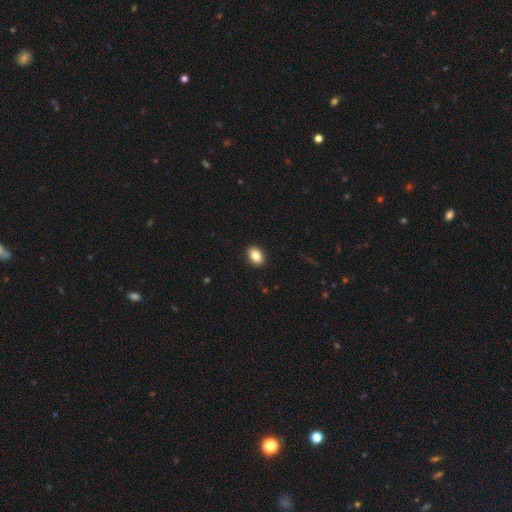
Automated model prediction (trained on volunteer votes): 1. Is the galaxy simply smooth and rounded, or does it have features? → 86% smooth, 8% star or artifact, 6% featured or disk.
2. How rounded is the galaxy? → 83% in between, 16% round, 1% cigar-shaped.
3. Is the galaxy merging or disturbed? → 91% none, 7% minor disturbance, 2% major disturbance, 1% merger.